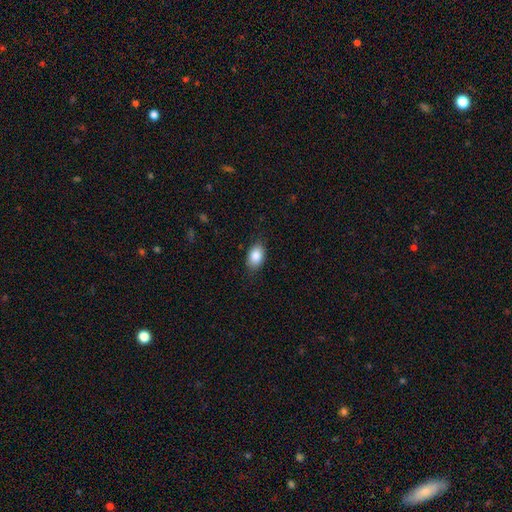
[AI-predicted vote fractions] smooth 87%, star or artifact 7%, featured or disk 5%. Down the decision tree: how rounded — in between (86%); merging — none (83%).